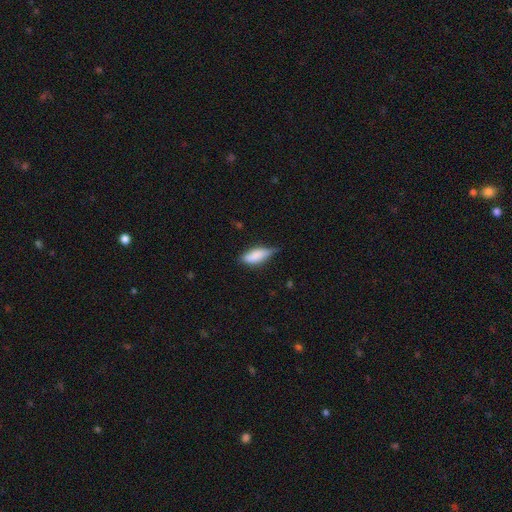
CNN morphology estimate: This appears to be a smooth galaxy with no disk features (75%) that is in between round and cigar-shaped (68%). Merging: none (50%).